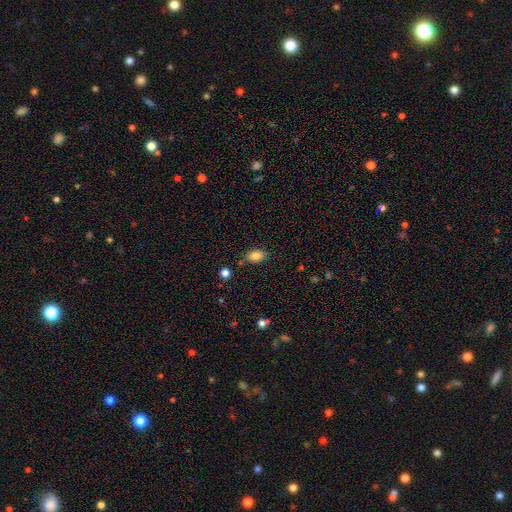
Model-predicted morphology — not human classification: Overall: smooth (84%). How rounded: in between (88%). Merging: none (78%).